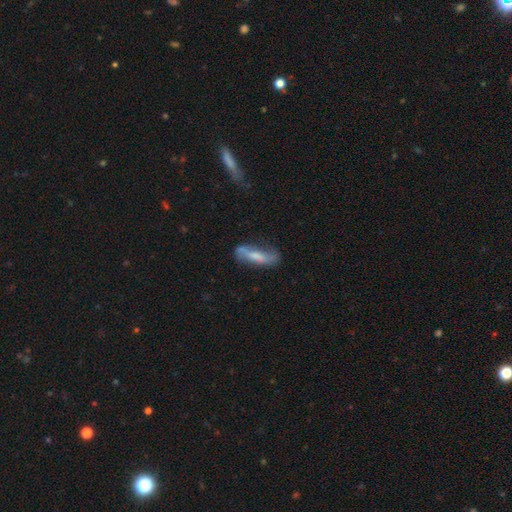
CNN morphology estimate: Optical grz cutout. It shows a smooth galaxy with no disk features (53%) that is cigar-shaped (53%). Merging: none (52%).